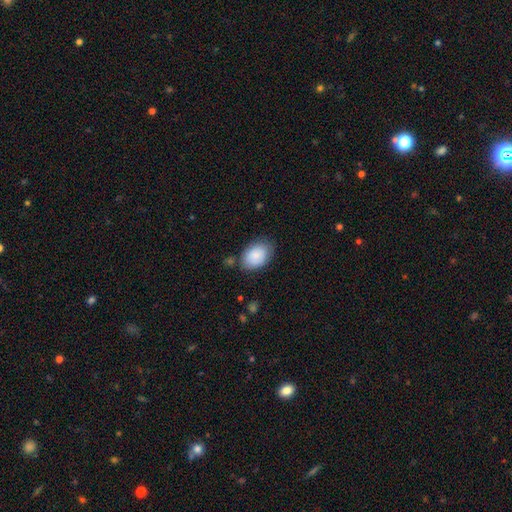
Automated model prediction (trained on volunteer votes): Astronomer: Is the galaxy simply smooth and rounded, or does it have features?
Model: smooth — 83%.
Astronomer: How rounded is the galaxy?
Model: in between — 82%.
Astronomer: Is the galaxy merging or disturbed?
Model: none — 72%.